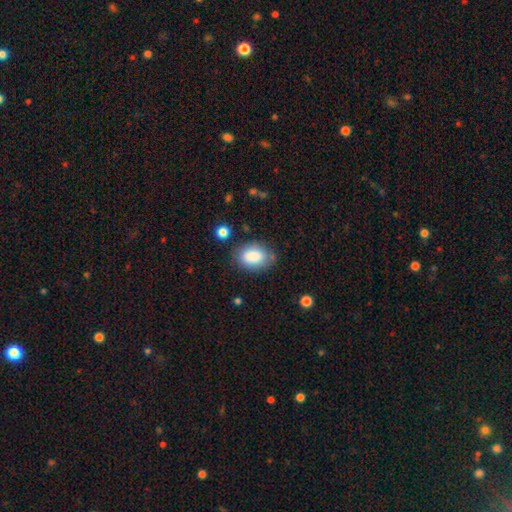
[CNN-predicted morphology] A smooth galaxy with no disk features (87%) that is in between round and cigar-shaped (83%). Merging: none (76%).